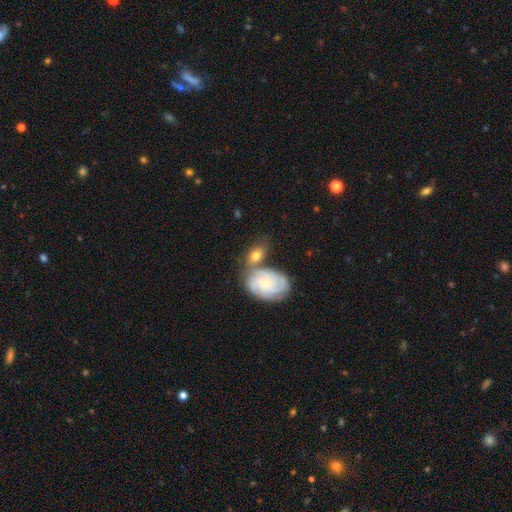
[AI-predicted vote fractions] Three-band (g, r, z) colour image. It shows a featured or disk galaxy (52%). Merging: none (48%).